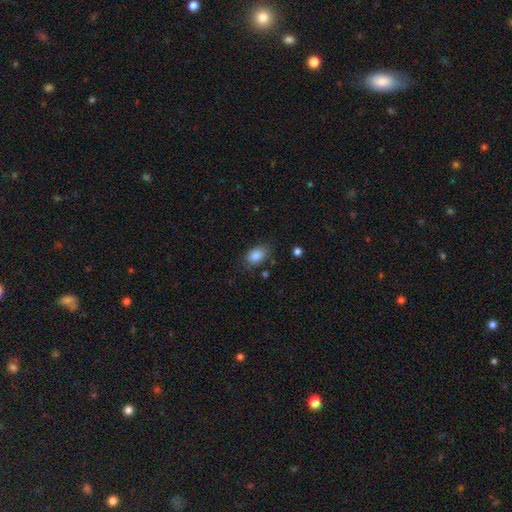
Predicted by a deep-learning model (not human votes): Smooth or featured? Predicted: smooth (p=0.87). How rounded? Predicted: in between (p=0.85). Merging? Predicted: none (p=0.74).